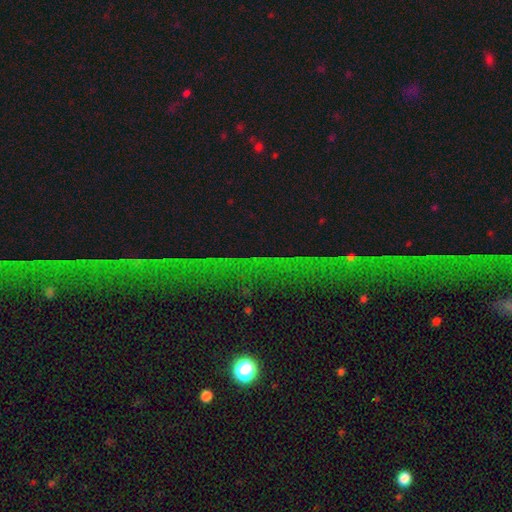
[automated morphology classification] Smooth or featured: star or artifact — 81% (featured or disk — 11%)